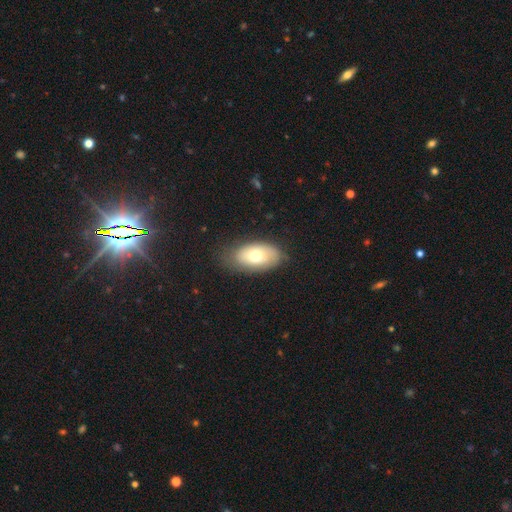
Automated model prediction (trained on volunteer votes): Smooth or featured?
  - smooth: 66% *
  - featured or disk: 26%
  - star or artifact: 8%
How rounded?
  - in between: 92% *
  - round: 6%
  - cigar-shaped: 2%
Merging?
  - none: 73% *
  - minor disturbance: 20%
  - major disturbance: 6%
  - merger: 1%